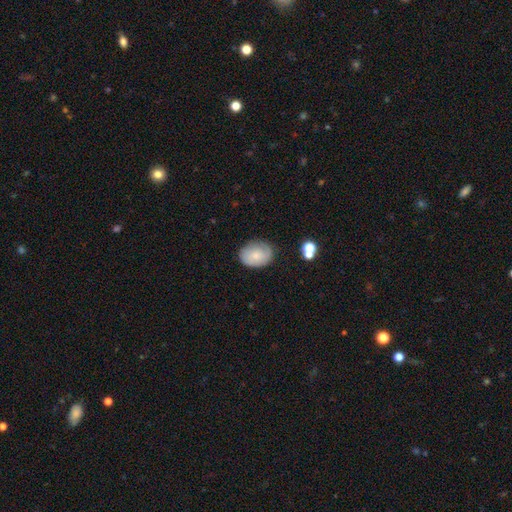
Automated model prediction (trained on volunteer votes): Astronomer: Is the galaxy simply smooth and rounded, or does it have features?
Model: smooth — 70%.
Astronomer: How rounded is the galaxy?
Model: in between — 66%.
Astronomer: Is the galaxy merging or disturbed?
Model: none — 71%.